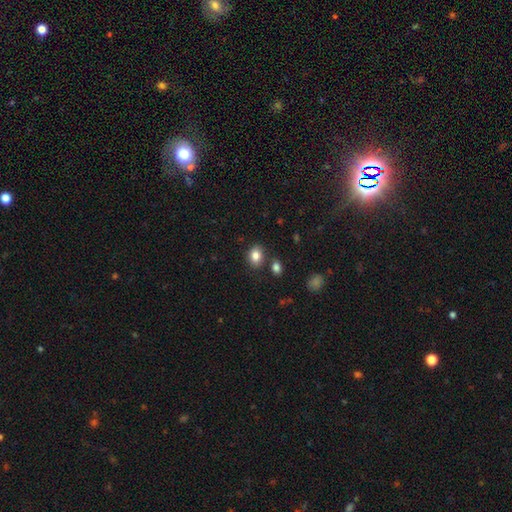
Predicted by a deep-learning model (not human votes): Smooth or featured? Predicted: smooth (p=0.84). How rounded? Predicted: in between (p=0.60). Merging? Predicted: none (p=0.77).